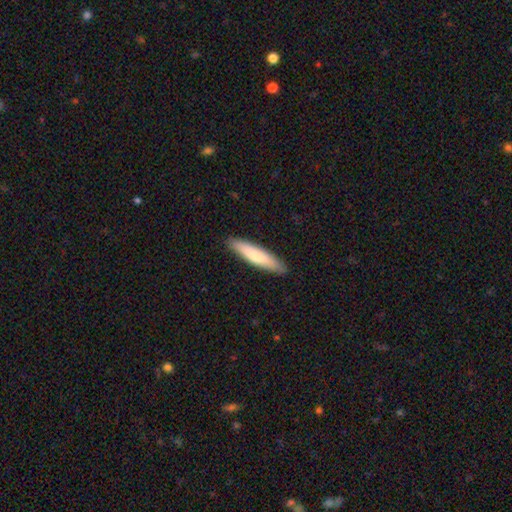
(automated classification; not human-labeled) This appears to be a smooth galaxy with no disk features (74%) that is cigar-shaped (83%). Merging: none (89%).